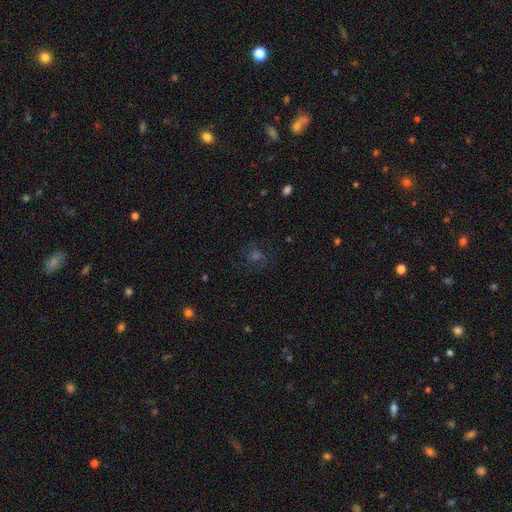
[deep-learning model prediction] Smooth or featured: star or artifact — 41% (smooth — 36%)